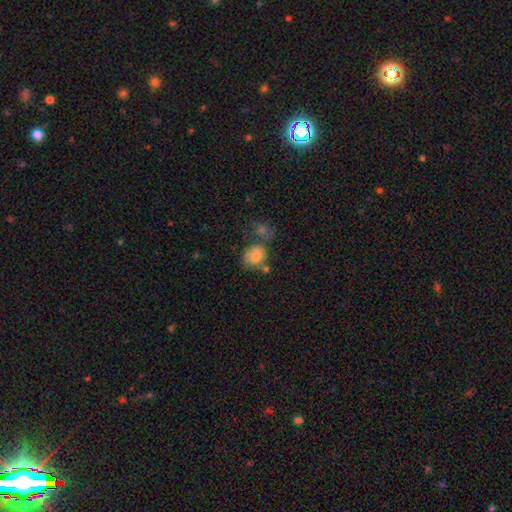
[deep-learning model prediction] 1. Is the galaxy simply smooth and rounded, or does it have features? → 75% smooth, 16% featured or disk, 10% star or artifact.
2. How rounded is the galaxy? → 59% round, 40% in between, 1% cigar-shaped.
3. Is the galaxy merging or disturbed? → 46% none, 28% merger, 18% minor disturbance, 9% major disturbance.